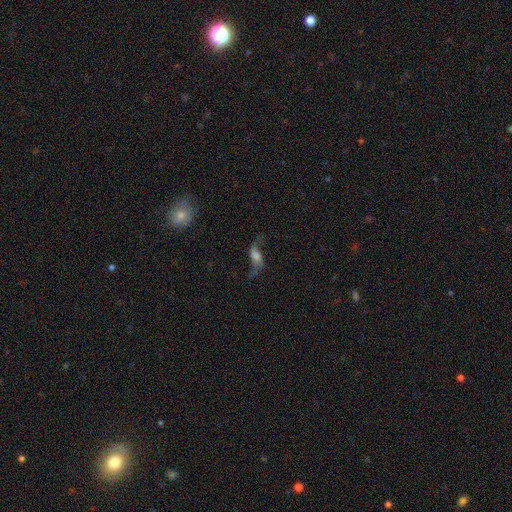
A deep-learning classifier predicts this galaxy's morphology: Overall: featured or disk (69%). Edge-on disk: no (89%). Bar: no (46%; weak 37%). Spiral arms: yes (90%). Spiral arm count: 2 (92%). Spiral winding: loose (91%). Bulge size: moderate (29%; none 23%). Merging: none (60%).